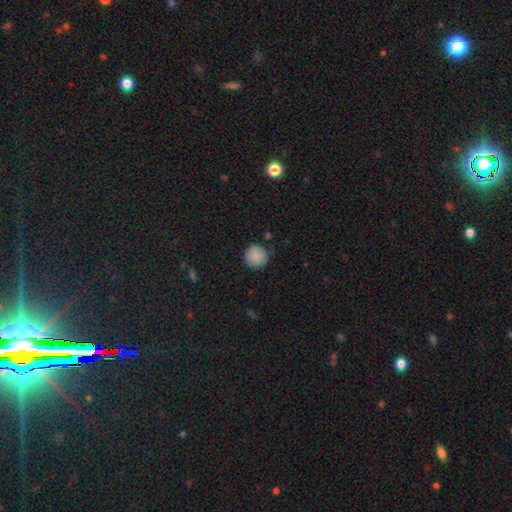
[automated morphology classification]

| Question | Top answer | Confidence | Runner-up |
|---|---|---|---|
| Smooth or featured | smooth | 87% | star or artifact (8%) |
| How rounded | round | 94% | in between (5%) |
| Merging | none | 85% | minor disturbance (11%) |